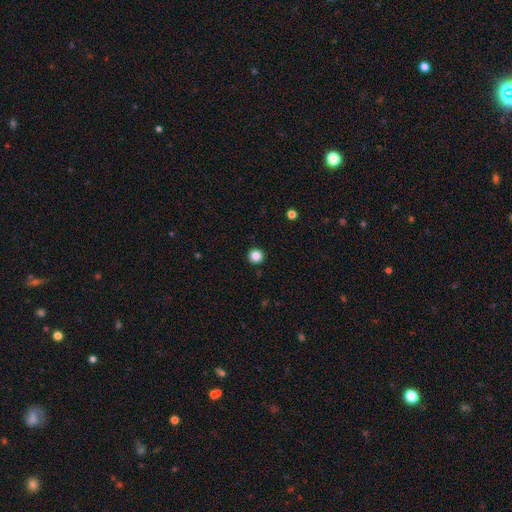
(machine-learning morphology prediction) Smooth or featured?
  - smooth: 86% *
  - star or artifact: 11%
  - featured or disk: 3%
How rounded?
  - round: 96% *
  - in between: 3%
  - cigar-shaped: 1%
Merging?
  - none: 93% *
  - minor disturbance: 4%
  - major disturbance: 1%
  - merger: 1%